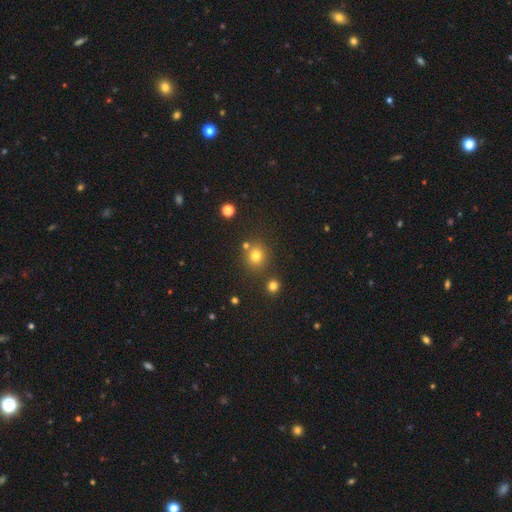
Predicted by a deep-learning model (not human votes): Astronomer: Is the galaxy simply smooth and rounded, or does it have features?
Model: smooth — 77%.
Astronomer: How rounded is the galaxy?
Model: round — 87%.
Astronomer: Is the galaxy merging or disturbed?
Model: none — 77%.